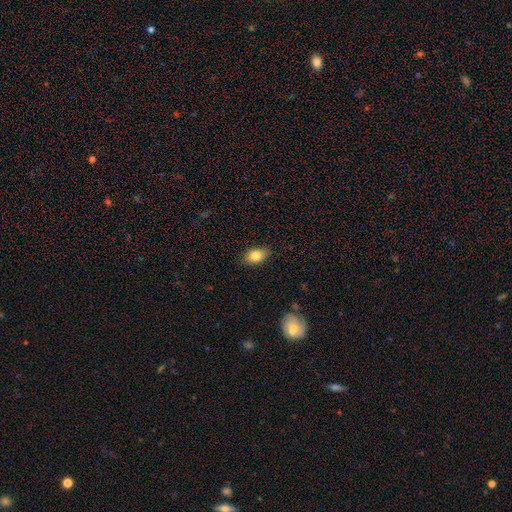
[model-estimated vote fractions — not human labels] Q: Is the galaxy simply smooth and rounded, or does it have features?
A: smooth — 82%.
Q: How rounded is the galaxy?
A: in between — 81%.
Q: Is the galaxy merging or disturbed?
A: none — 81%.